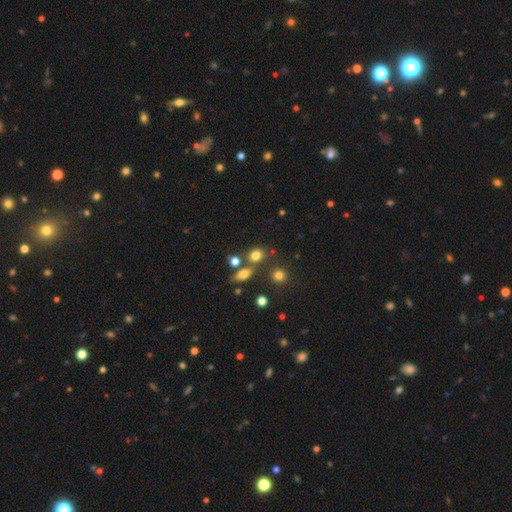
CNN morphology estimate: Q: Smooth or featured?
A: smooth (76%); runner-up: star or artifact (15%)
Q: How rounded?
A: round (59%); runner-up: in between (39%)
Q: Merging?
A: none (64%); runner-up: merger (20%)